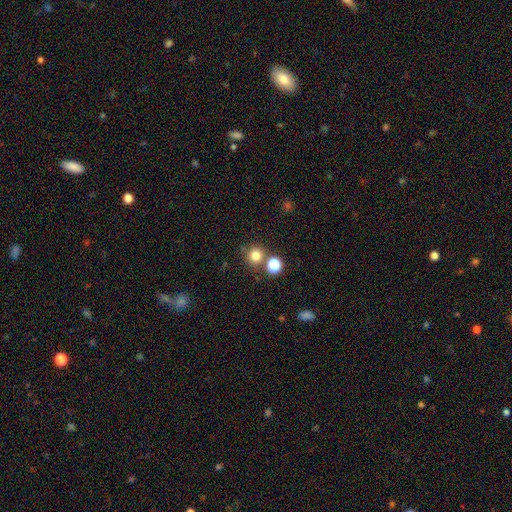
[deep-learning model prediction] Smooth or featured?
  - smooth: 78% *
  - star or artifact: 16%
  - featured or disk: 6%
How rounded?
  - round: 92% *
  - in between: 7%
  - cigar-shaped: 1%
Merging?
  - none: 74% *
  - merger: 15%
  - minor disturbance: 8%
  - major disturbance: 3%